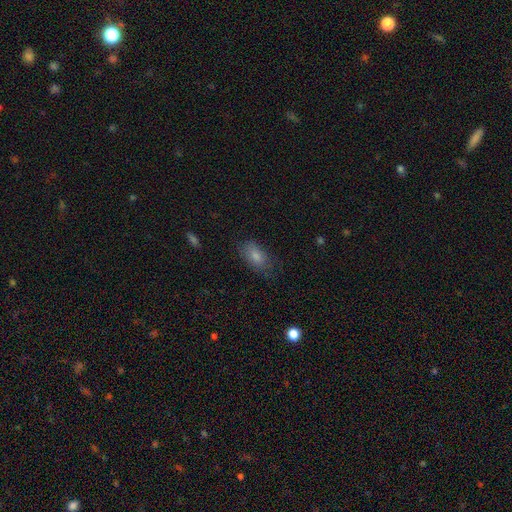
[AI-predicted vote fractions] smooth-or-featured: smooth: 74% | featured or disk: 14% | star or artifact: 12%
  how-rounded: in between: 86% | round: 8% | cigar-shaped: 6%
  merging: none: 76% | minor disturbance: 18% | major disturbance: 5% | merger: 1%